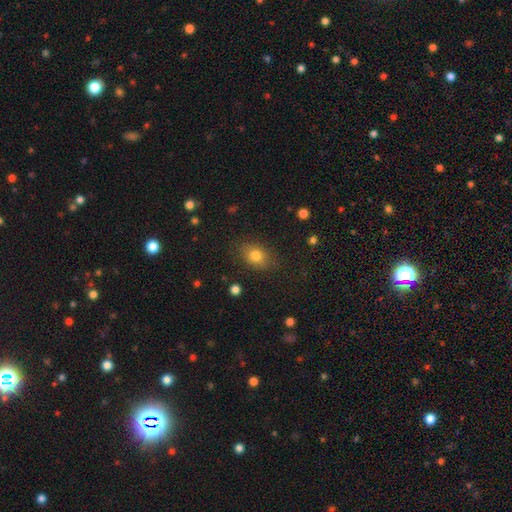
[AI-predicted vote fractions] Q: Smooth or featured?
A: smooth (79%); runner-up: star or artifact (12%)
Q: How rounded?
A: in between (65%); runner-up: round (33%)
Q: Merging?
A: none (81%); runner-up: minor disturbance (13%)